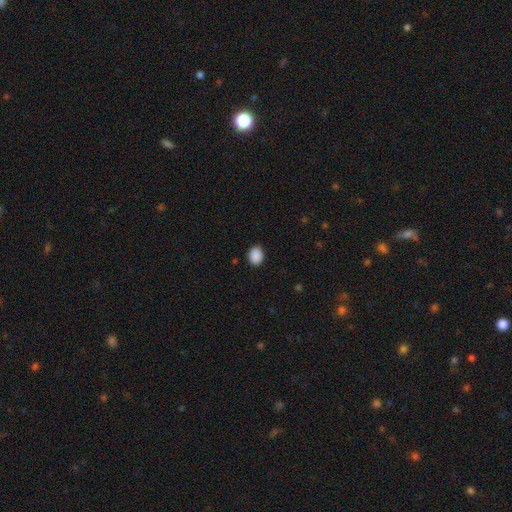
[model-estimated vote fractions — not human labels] Smooth or featured? smooth (90%)
How rounded? in between (59%)
Merging? none (89%)